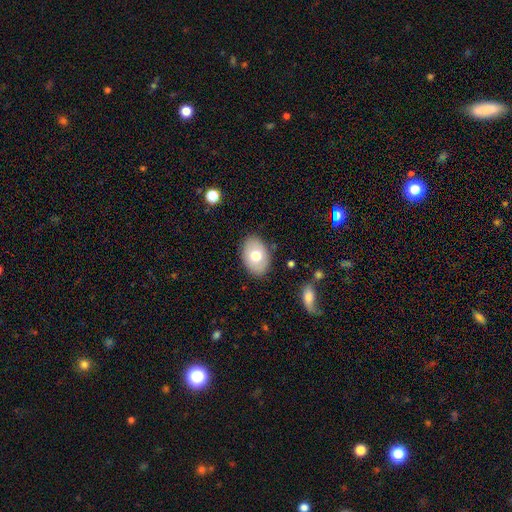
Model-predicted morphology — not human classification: Smooth or featured?
  - smooth: 71% *
  - featured or disk: 22%
  - star or artifact: 7%
How rounded?
  - in between: 86% *
  - round: 13%
  - cigar-shaped: 1%
Merging?
  - none: 85% *
  - minor disturbance: 11%
  - major disturbance: 3%
  - merger: 1%